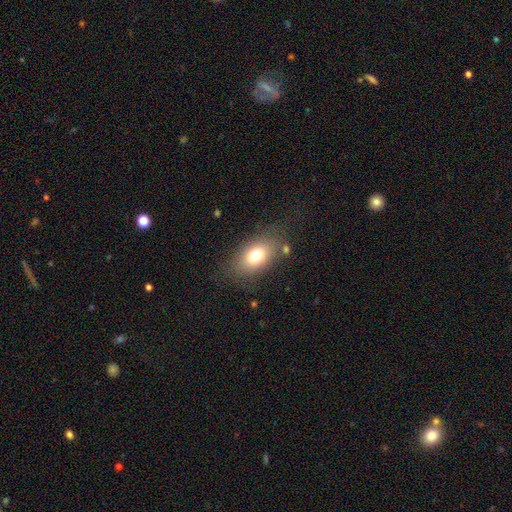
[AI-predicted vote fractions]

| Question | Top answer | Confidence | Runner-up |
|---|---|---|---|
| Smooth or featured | smooth | 74% | featured or disk (15%) |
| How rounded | in between | 84% | round (14%) |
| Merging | none | 77% | minor disturbance (14%) |